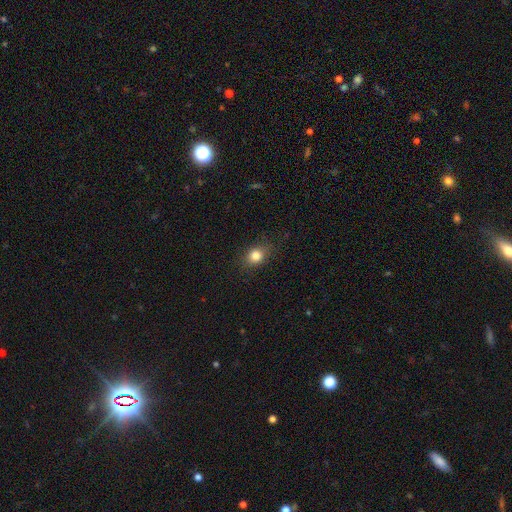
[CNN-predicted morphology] Smooth or featured?
  - smooth: 82% *
  - star or artifact: 11%
  - featured or disk: 7%
How rounded?
  - round: 54% *
  - in between: 44%
  - cigar-shaped: 2%
Merging?
  - none: 83% *
  - minor disturbance: 12%
  - major disturbance: 3%
  - merger: 1%